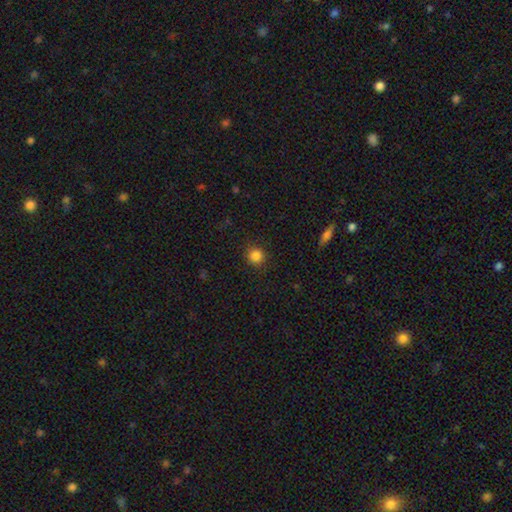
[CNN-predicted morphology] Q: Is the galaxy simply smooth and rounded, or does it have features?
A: smooth — 84%.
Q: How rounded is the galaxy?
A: round — 91%.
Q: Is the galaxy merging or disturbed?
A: none — 89%.